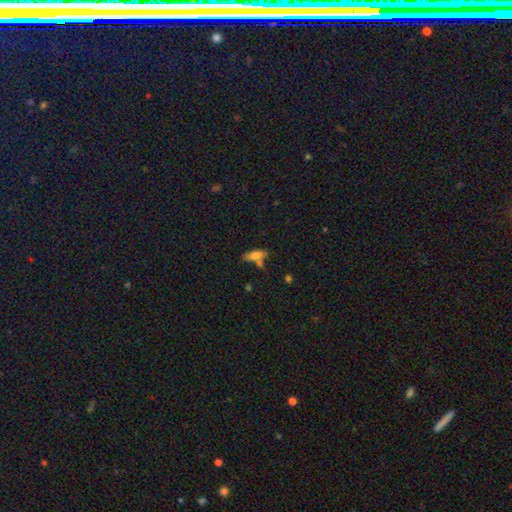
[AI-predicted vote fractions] The model was most divided on "how rounded": in between: 62%, cigar-shaped: 35%, round: 3%. More confident: smooth or featured — smooth (74%); merging — none (55%).